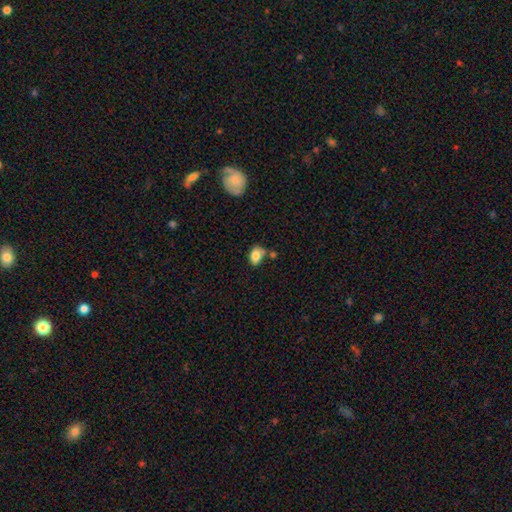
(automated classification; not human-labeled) The model was most divided on "merging": none: 52%, minor disturbance: 21%, merger: 20%, major disturbance: 6%. More confident: smooth or featured — smooth (83%); how rounded — in between (81%).